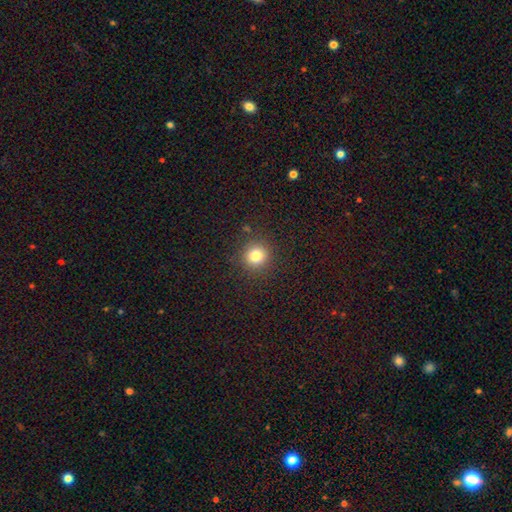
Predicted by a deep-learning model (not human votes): Smooth or featured? Predicted: smooth (p=0.80). How rounded? Predicted: round (p=0.92). Merging? Predicted: none (p=0.89).